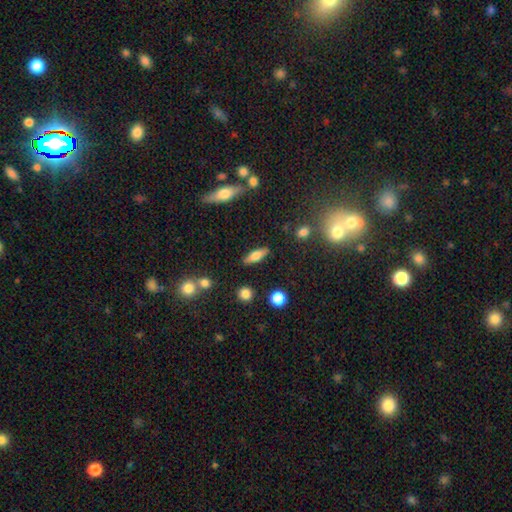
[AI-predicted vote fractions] Smooth or featured? smooth (64%)
How rounded? in between (53%)
Merging? none (84%)